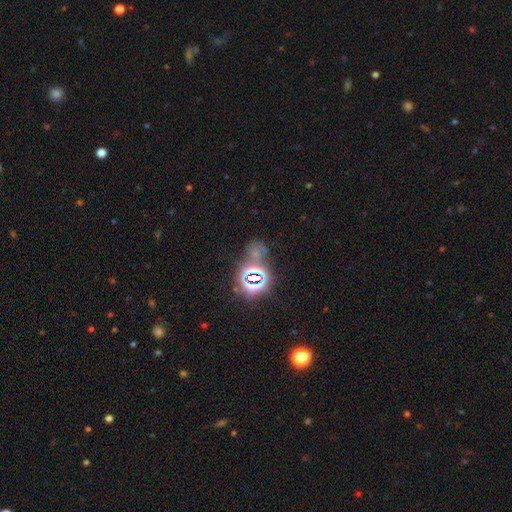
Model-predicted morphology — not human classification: Smooth or featured: star or artifact — 72% (smooth — 19%)